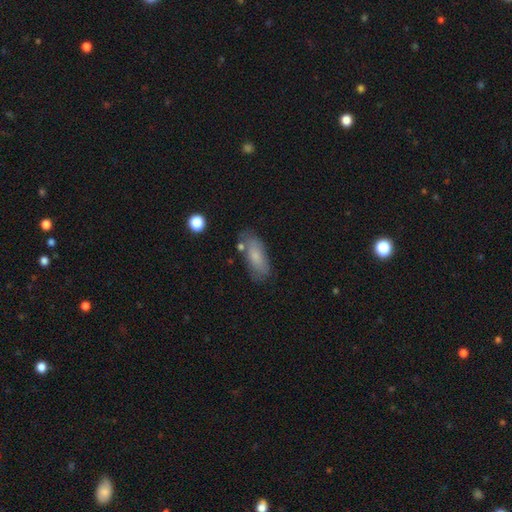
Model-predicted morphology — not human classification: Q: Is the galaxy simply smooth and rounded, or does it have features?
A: smooth — 75%.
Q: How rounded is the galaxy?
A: in between — 76%.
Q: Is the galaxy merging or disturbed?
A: none — 68%.